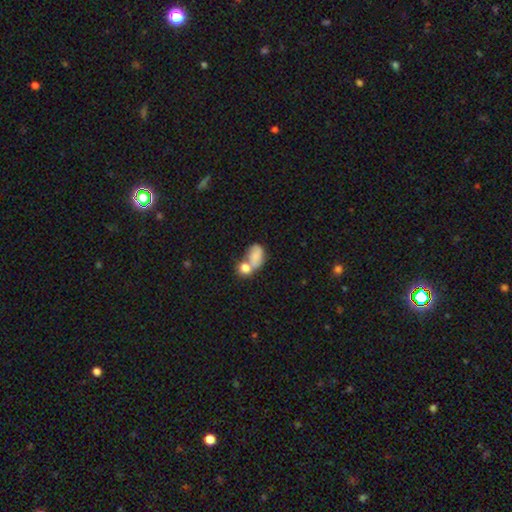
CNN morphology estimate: Smooth or featured: smooth — 74% (featured or disk — 18%)
How rounded: in between — 81% (round — 17%)
Merging: merger — 62% (none — 20%)